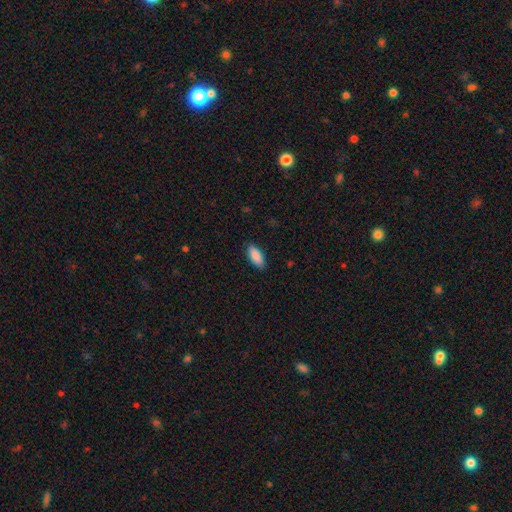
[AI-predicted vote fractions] The model was most divided on "how rounded": in between: 84%, cigar-shaped: 14%, round: 2%. More confident: smooth or featured — smooth (89%); merging — none (87%).